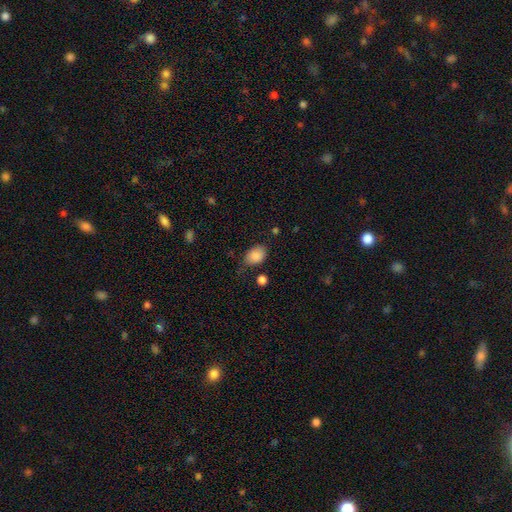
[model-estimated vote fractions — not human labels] Smooth or featured? Predicted: smooth (p=0.86). How rounded? Predicted: in between (p=0.79). Merging? Predicted: none (p=0.64).